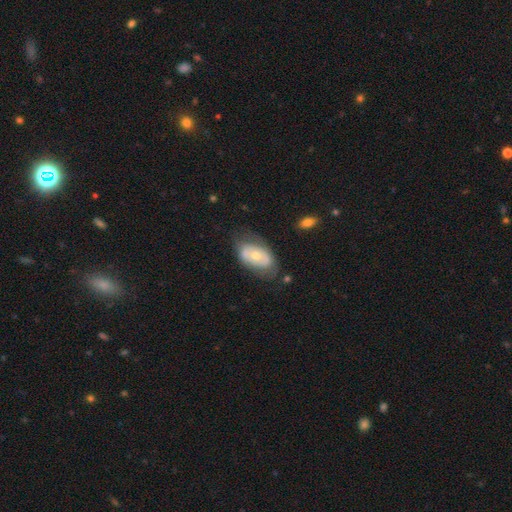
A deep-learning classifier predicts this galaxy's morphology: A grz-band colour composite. It shows a featured or disk galaxy (51%). Merging: none (64%).